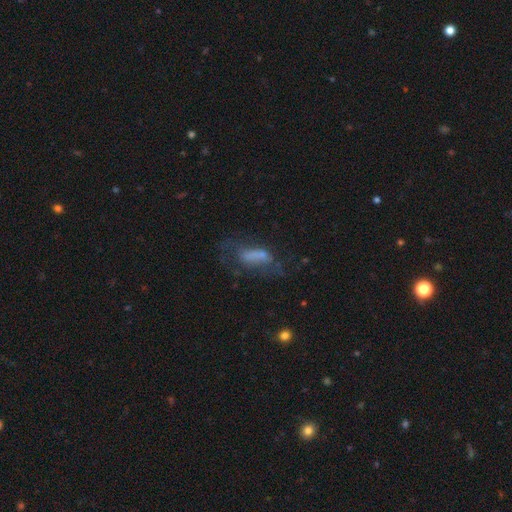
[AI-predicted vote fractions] Morphology: type=smooth (45%); merging=none (36%).